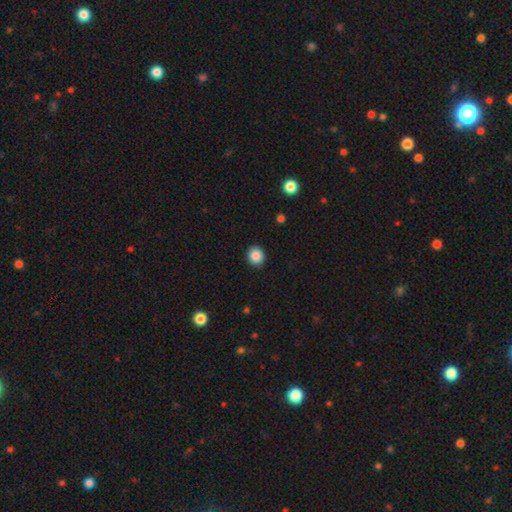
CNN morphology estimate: smooth-or-featured: smooth: 88% | star or artifact: 9% | featured or disk: 3%
  how-rounded: round: 86% | in between: 13% | cigar-shaped: 1%
  merging: none: 91% | minor disturbance: 6% | major disturbance: 2% | merger: 1%